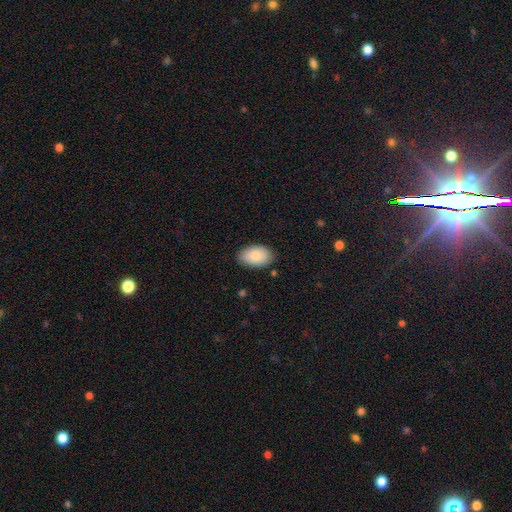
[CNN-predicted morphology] Smooth or featured?
  - smooth: 84% *
  - featured or disk: 10%
  - star or artifact: 6%
How rounded?
  - in between: 92% *
  - round: 7%
  - cigar-shaped: 1%
Merging?
  - none: 83% *
  - minor disturbance: 13%
  - major disturbance: 2%
  - merger: 1%